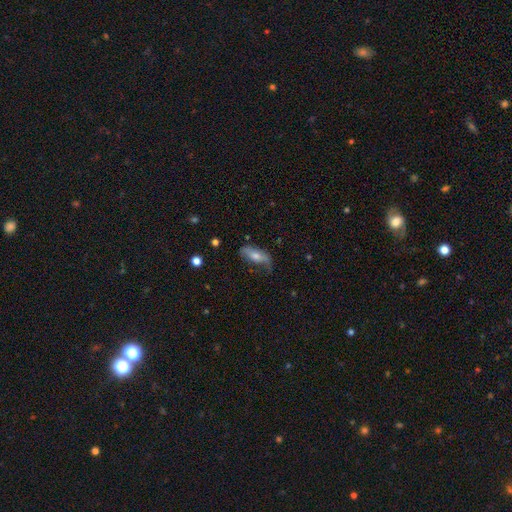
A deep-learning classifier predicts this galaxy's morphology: smooth-or-featured: smooth: 47% | featured or disk: 45% | star or artifact: 8%
  merging: none: 49% | minor disturbance: 31% | major disturbance: 18% | merger: 2%